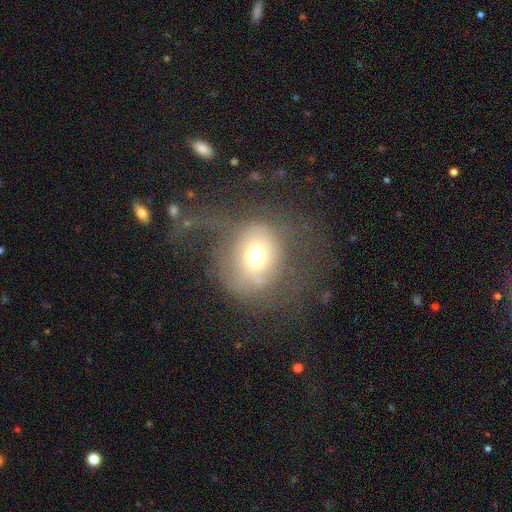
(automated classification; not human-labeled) This is possibly a smooth galaxy (52%). How rounded: likely round (74%). Merging: marginally major disturbance (43%).